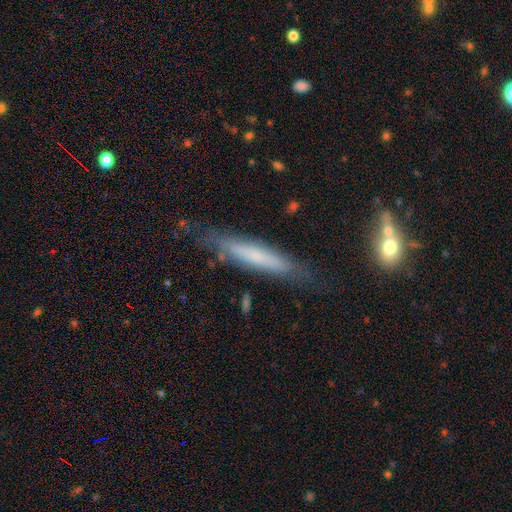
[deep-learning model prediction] smooth_or_featured: smooth (p=0.53) [alt: featured or disk p=0.39]
how_rounded: cigar-shaped (p=0.89) [alt: in between p=0.09]
merging: none (p=0.76) [alt: minor disturbance p=0.17]